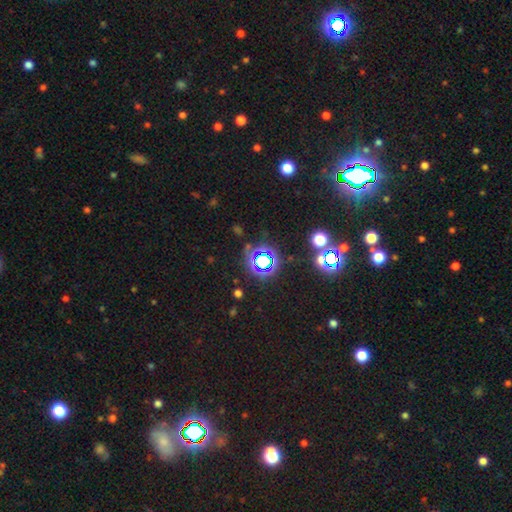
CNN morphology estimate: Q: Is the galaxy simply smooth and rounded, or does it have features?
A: star or artifact — 68%.